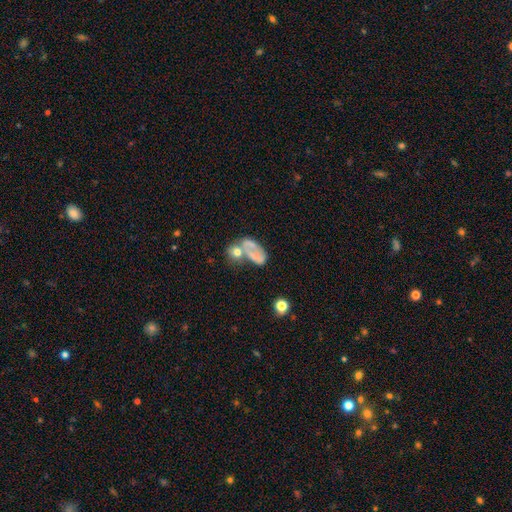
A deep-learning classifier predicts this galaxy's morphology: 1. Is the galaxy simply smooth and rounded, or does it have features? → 52% smooth, 36% featured or disk, 12% star or artifact.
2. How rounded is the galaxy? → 83% in between, 14% round, 3% cigar-shaped.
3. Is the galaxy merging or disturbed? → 41% merger, 23% major disturbance, 21% none, 14% minor disturbance.